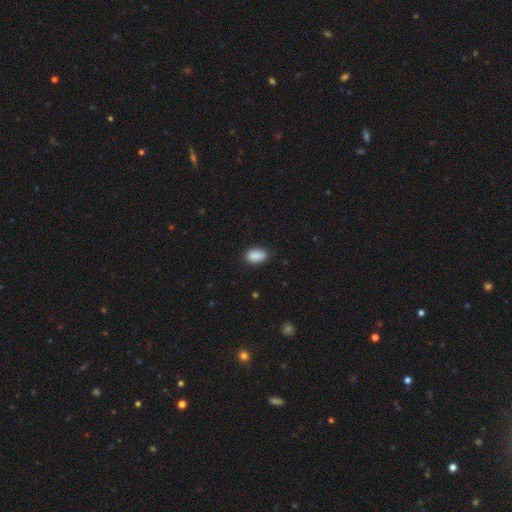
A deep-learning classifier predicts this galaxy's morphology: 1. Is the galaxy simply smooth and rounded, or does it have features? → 89% smooth, 8% star or artifact, 3% featured or disk.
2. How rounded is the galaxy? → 89% in between, 9% round, 2% cigar-shaped.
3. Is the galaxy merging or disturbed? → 76% none, 19% minor disturbance, 3% major disturbance, 1% merger.